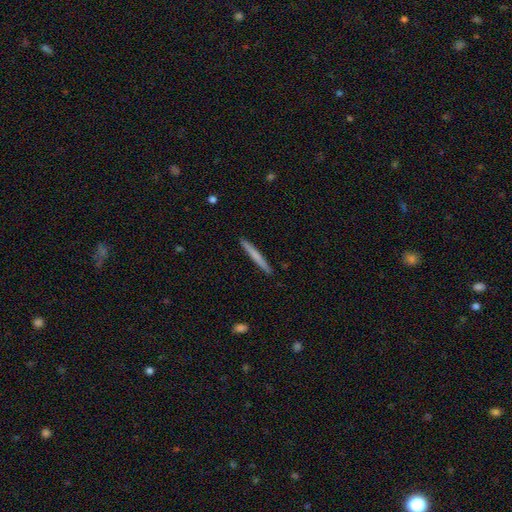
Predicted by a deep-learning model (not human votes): This is likely a smooth galaxy (62%). How rounded: clearly cigar-shaped (97%). Merging: clearly none (92%).